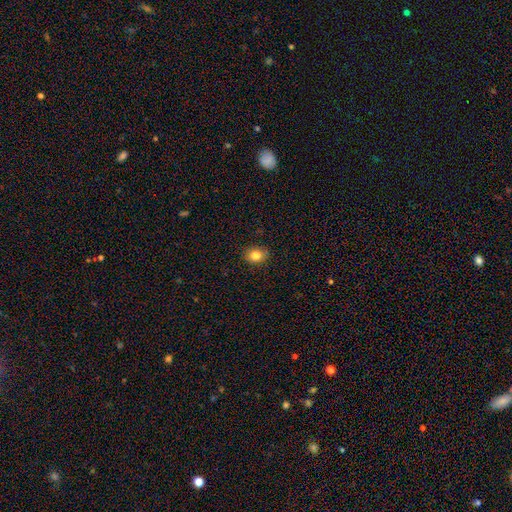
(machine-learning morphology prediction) This is clearly a smooth galaxy (83%). How rounded: likely round (62%). Merging: clearly none (87%).